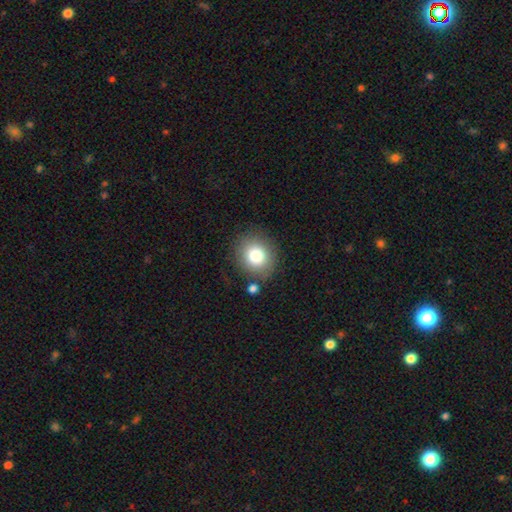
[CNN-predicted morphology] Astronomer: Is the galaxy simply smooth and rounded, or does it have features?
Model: smooth — 80%.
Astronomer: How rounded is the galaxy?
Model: round — 75%.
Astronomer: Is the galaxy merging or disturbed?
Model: none — 82%.